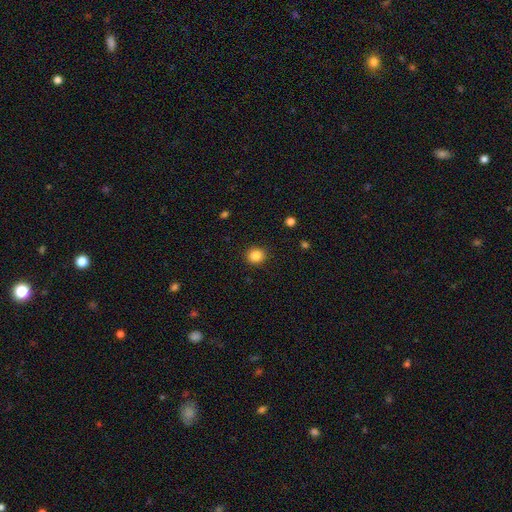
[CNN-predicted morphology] Smooth or featured?
  - smooth: 85% *
  - star or artifact: 11%
  - featured or disk: 4%
How rounded?
  - round: 86% *
  - in between: 13%
  - cigar-shaped: 1%
Merging?
  - none: 91% *
  - minor disturbance: 6%
  - major disturbance: 2%
  - merger: 1%